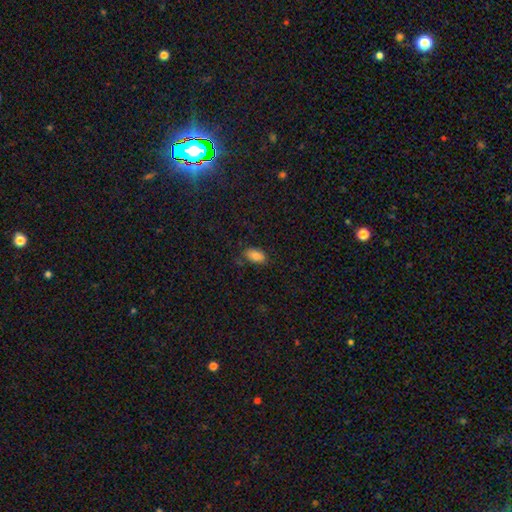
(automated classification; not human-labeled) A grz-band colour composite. It shows a smooth galaxy with no disk features (83%) that is in between round and cigar-shaped (92%). Merging: none (77%).